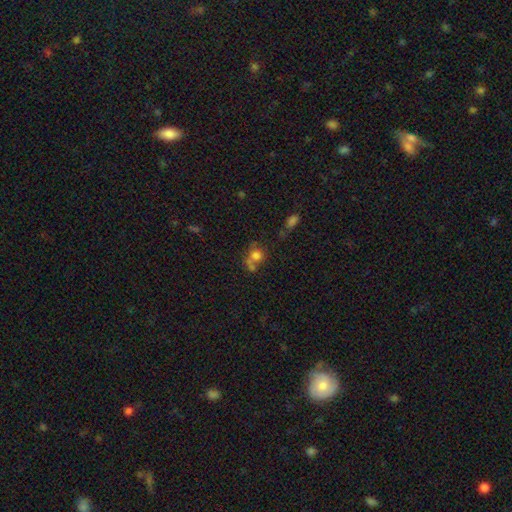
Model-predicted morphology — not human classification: Smooth or featured?
  - smooth: 70% *
  - featured or disk: 16%
  - star or artifact: 15%
How rounded?
  - round: 71% *
  - in between: 28%
  - cigar-shaped: 1%
Merging?
  - none: 39% *
  - merger: 34%
  - minor disturbance: 15%
  - major disturbance: 12%